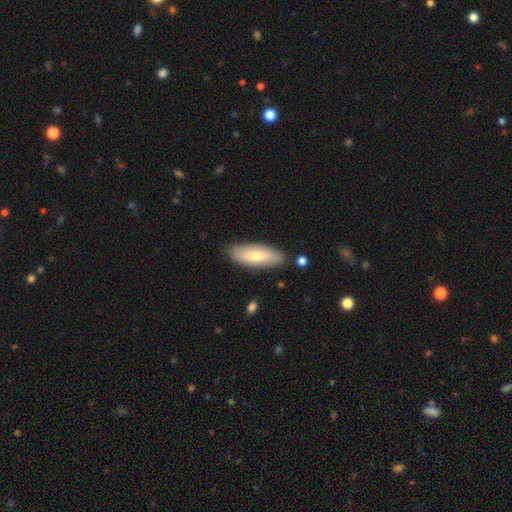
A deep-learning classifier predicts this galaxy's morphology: Smooth or featured? Predicted: smooth (p=0.69). How rounded? Predicted: in between (p=0.69). Merging? Predicted: none (p=0.83).